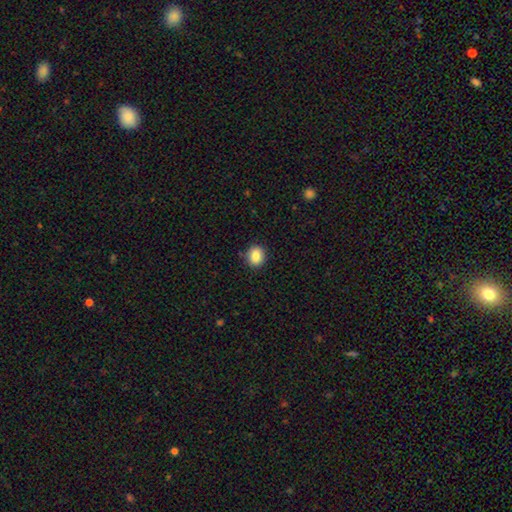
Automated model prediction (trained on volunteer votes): This is clearly a smooth galaxy (86%). How rounded: likely round (62%). Merging: clearly none (88%).